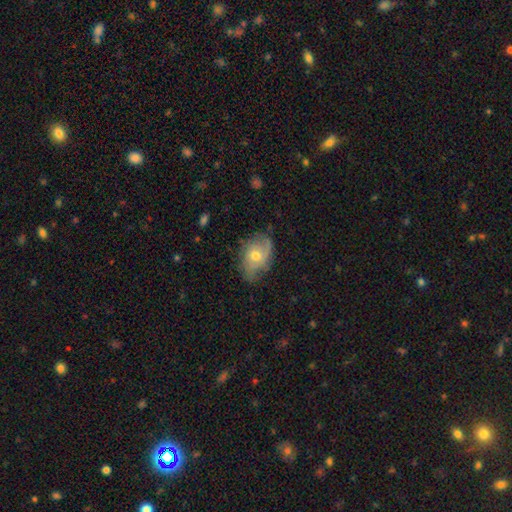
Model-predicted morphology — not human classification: A featured or disk galaxy (49%).

Vote fractions:
- Smooth or featured? featured or disk: 49% / smooth: 43% / star or artifact: 8%
- Merging? none: 64% / minor disturbance: 27% / major disturbance: 8% / merger: 1%